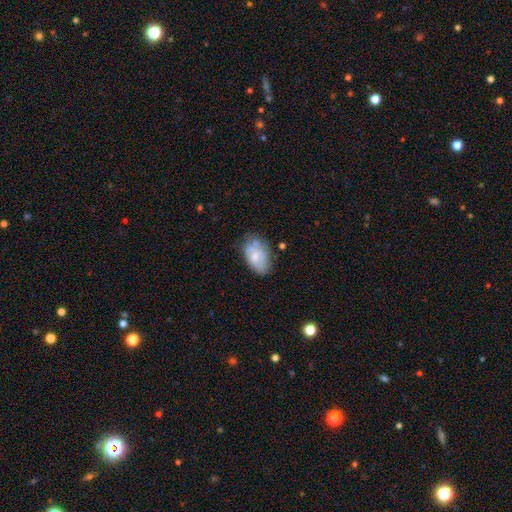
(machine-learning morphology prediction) Smooth or featured: smooth — 60% (featured or disk — 32%)
How rounded: in between — 91% (round — 7%)
Merging: none — 50% (minor disturbance — 32%)